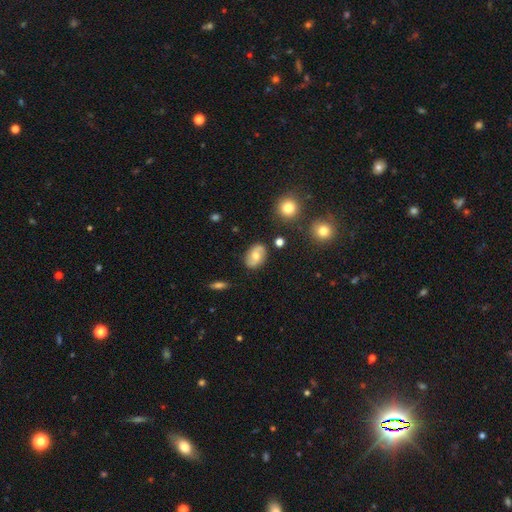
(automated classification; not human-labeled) Smooth or featured? smooth (50%)
Merging? none (82%)